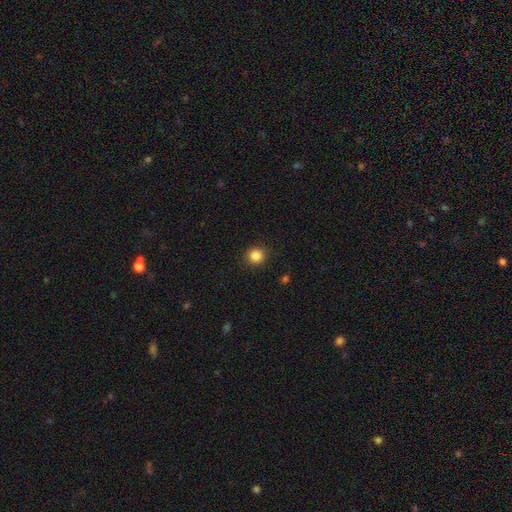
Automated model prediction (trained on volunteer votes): A smooth galaxy with no disk features (85%) that is round (89%).

Vote fractions:
- Smooth or featured? smooth: 85% / star or artifact: 11% / featured or disk: 4%
- How rounded? round: 89% / in between: 10% / cigar-shaped: 1%
- Merging? none: 90% / minor disturbance: 7% / major disturbance: 2% / merger: 1%